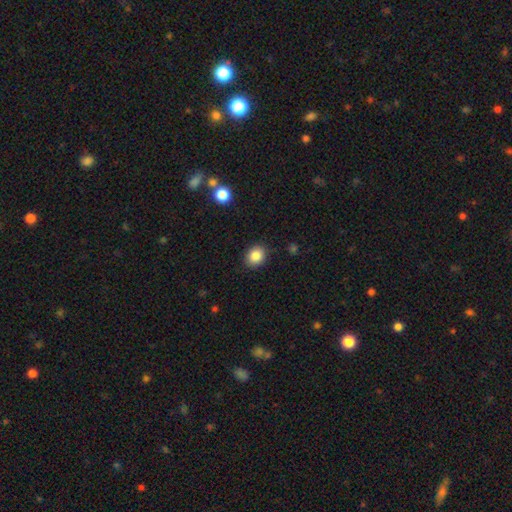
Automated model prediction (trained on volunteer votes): Overall: smooth (85%). How rounded: round (63%; in between 37%). Merging: none (88%).